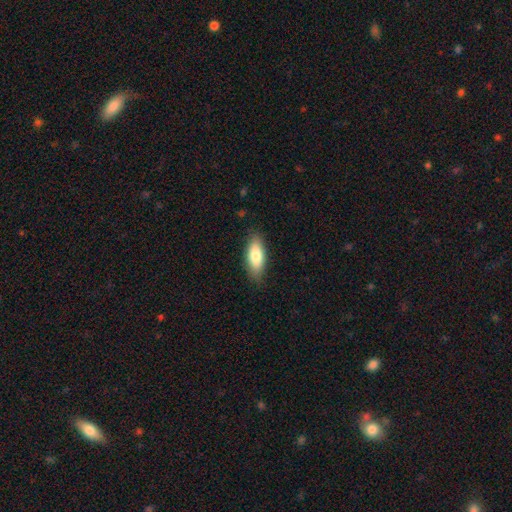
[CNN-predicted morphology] A smooth galaxy with no disk features (79%) that is in between round and cigar-shaped (75%). Merging: none (85%).